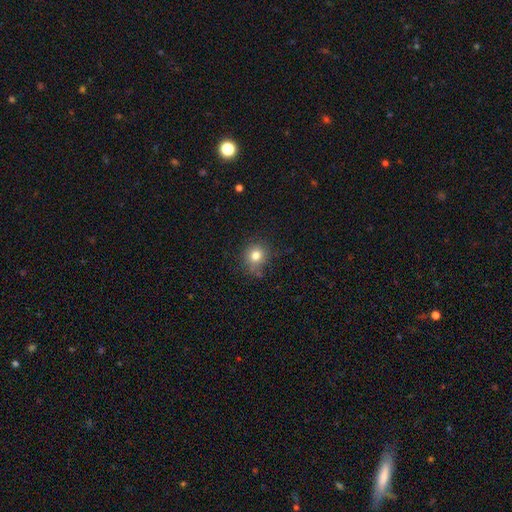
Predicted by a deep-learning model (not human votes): This appears to be a smooth galaxy with no disk features (80%) that is round (85%). Merging: none (77%).